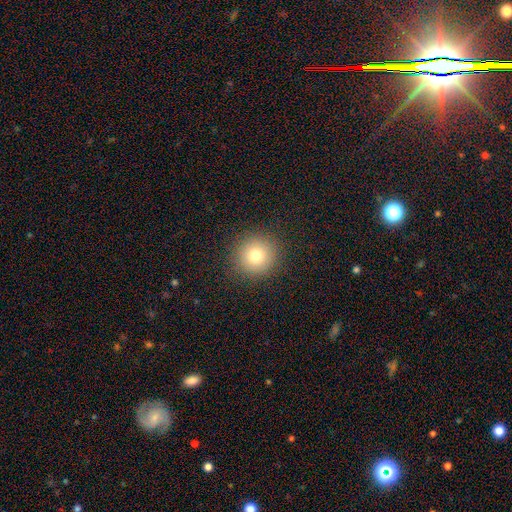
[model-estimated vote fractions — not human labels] smooth-or-featured: smooth: 78% | star or artifact: 13% | featured or disk: 10%
  how-rounded: round: 94% | in between: 5% | cigar-shaped: 1%
  merging: none: 91% | minor disturbance: 6% | major disturbance: 2% | merger: 1%